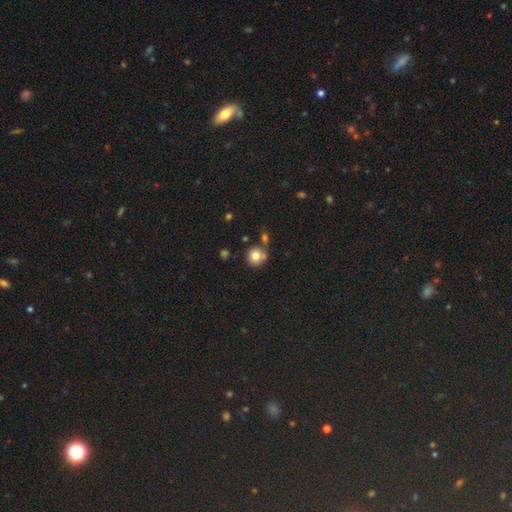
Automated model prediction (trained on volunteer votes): A smooth galaxy with no disk features (81%) that is round (90%).

Vote fractions:
- Smooth or featured? smooth: 81% / star or artifact: 11% / featured or disk: 8%
- How rounded? round: 90% / in between: 9% / cigar-shaped: 1%
- Merging? none: 68% / merger: 16% / minor disturbance: 13% / major disturbance: 4%